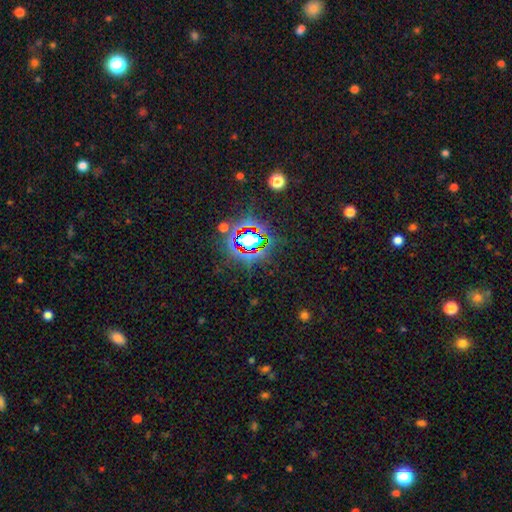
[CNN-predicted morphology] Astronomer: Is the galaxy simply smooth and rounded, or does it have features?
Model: star or artifact — 81%.